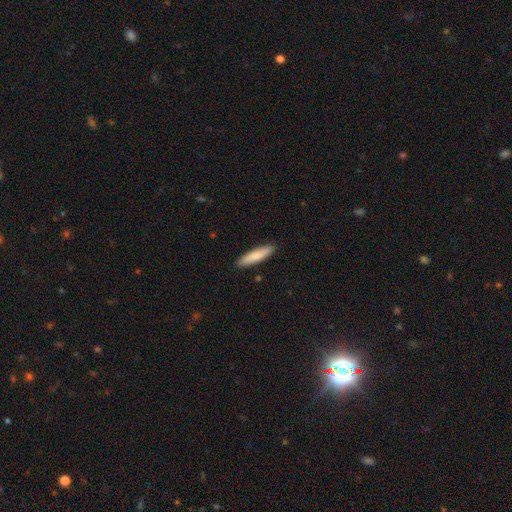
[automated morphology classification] Smooth or featured? smooth (81%)
How rounded? cigar-shaped (83%)
Merging? none (90%)